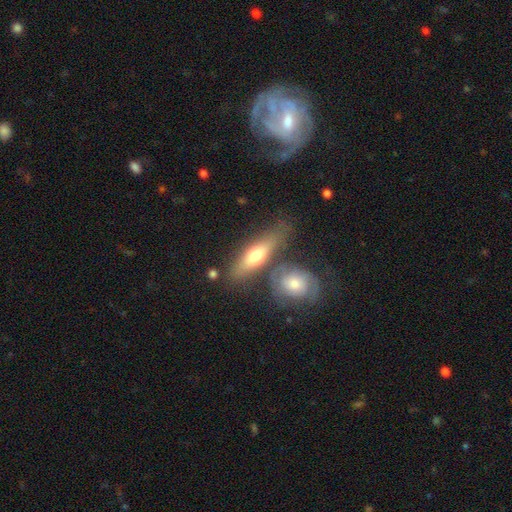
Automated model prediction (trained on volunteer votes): This appears to be a smooth galaxy with no disk features (58%) that is in between round and cigar-shaped (52%). Merging: none (62%).